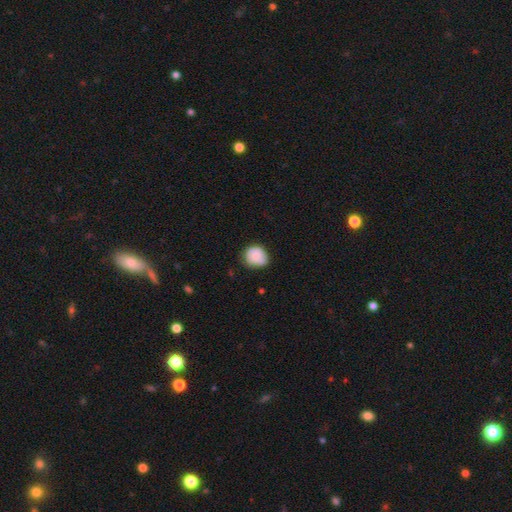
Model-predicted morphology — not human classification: Q: Smooth or featured?
A: smooth (60%); runner-up: featured or disk (32%)
Q: How rounded?
A: round (73%); runner-up: in between (27%)
Q: Merging?
A: none (62%); runner-up: minor disturbance (29%)